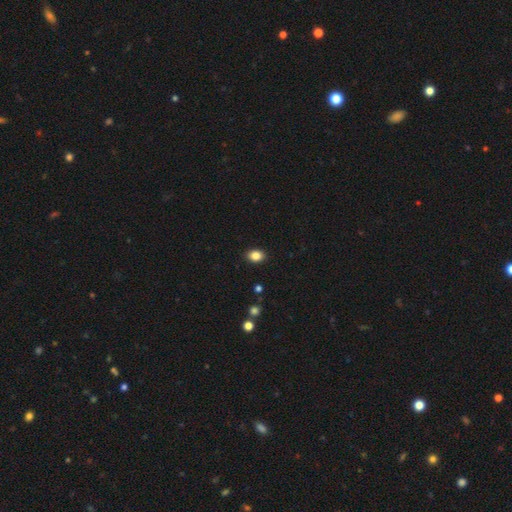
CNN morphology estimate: Overall: smooth (85%). How rounded: in between (72%). Merging: none (89%).